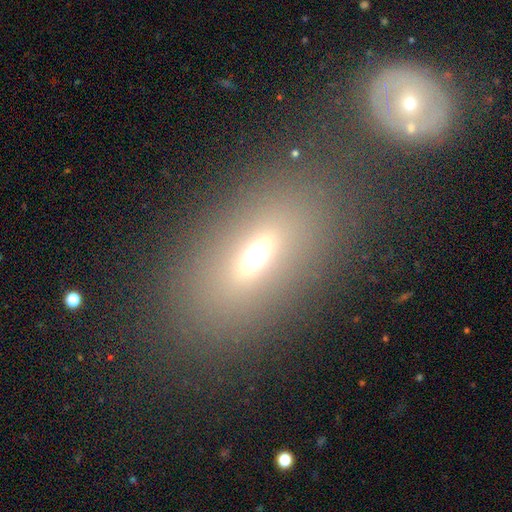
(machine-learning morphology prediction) smooth 60%, featured or disk 22%, star or artifact 18%. Down the decision tree: how rounded — in between (81%); merging — none (71%).